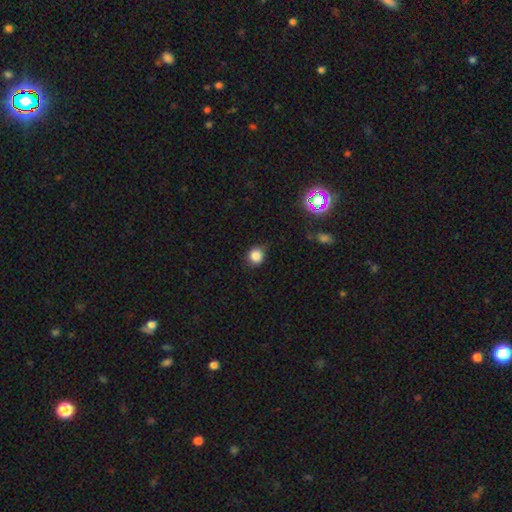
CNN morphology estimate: Overall: smooth (84%). How rounded: round (86%). Merging: none (77%).